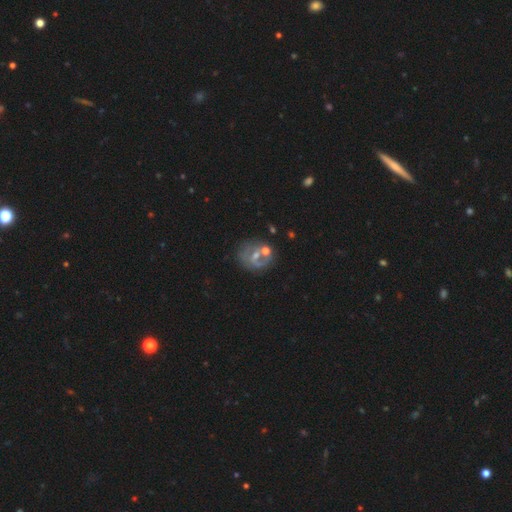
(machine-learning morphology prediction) smooth_or_featured: featured or disk (p=0.56) [alt: smooth p=0.27]
disk_edge_on: no (p=0.97) [alt: yes p=0.03]
bar: no (p=0.63) [alt: weak p=0.28]
has_spiral_arms: no (p=0.52) [alt: yes p=0.48]
bulge_size: small (p=0.47) [alt: moderate p=0.36]
merging: none (p=0.56) [alt: minor disturbance p=0.16]